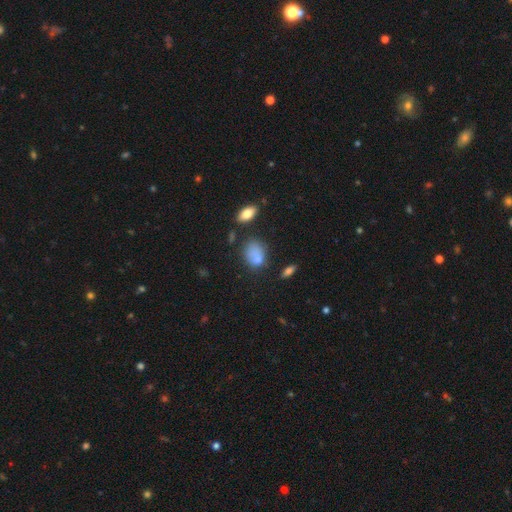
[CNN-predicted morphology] The model was most divided on "merging": none: 48%, minor disturbance: 28%, major disturbance: 13%, merger: 12%. More confident: smooth or featured — smooth (76%); how rounded — in between (64%).